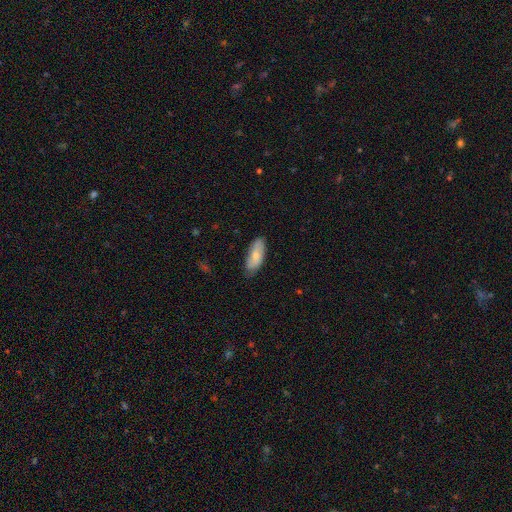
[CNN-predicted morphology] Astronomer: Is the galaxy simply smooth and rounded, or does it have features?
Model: smooth — 70%.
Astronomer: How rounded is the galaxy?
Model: in between — 81%.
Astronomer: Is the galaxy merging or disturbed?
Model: none — 73%.